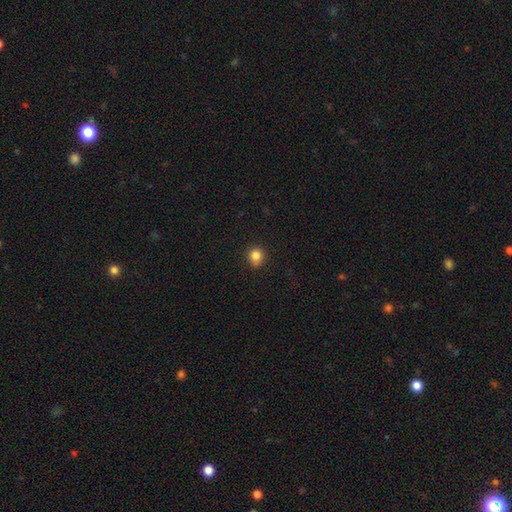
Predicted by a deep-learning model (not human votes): This appears to be a smooth galaxy with no disk features (84%) that is round (86%). Merging: none (81%).